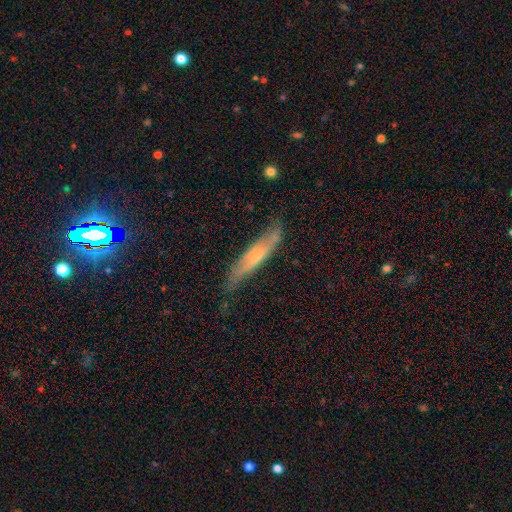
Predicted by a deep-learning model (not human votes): This appears to be a smooth galaxy with no disk features (50%). Merging: none (68%).